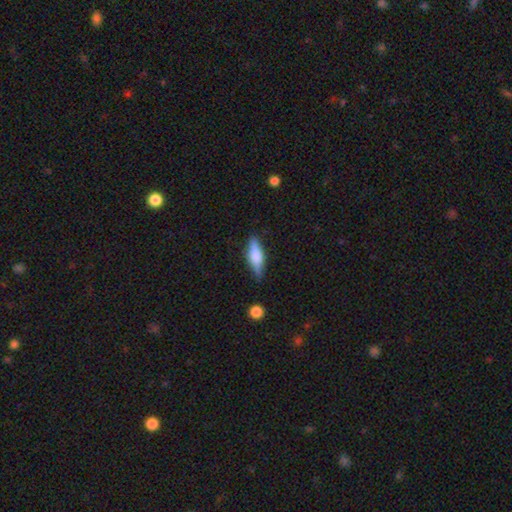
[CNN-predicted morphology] A smooth galaxy with no disk features (59%) that is cigar-shaped (49%, tied with in between). Merging: none (80%).